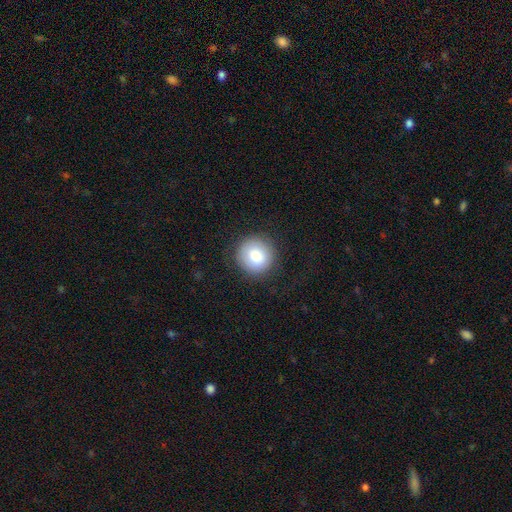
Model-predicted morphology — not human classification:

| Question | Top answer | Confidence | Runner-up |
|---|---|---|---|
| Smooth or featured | smooth | 82% | featured or disk (10%) |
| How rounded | round | 94% | in between (6%) |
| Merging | none | 87% | minor disturbance (9%) |